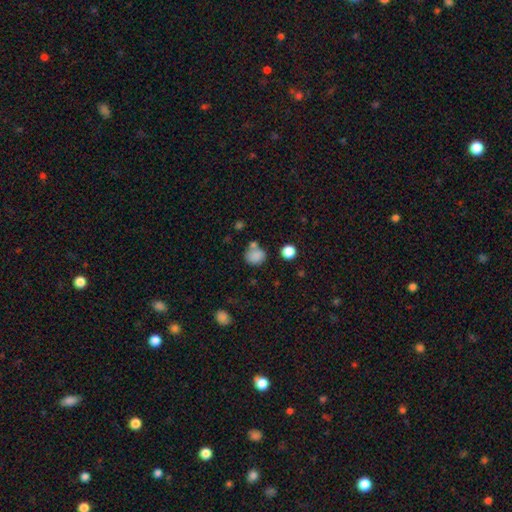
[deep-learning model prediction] Smooth or featured? Predicted: smooth (p=0.82). How rounded? Predicted: round (p=0.73). Merging? Predicted: none (p=0.58).